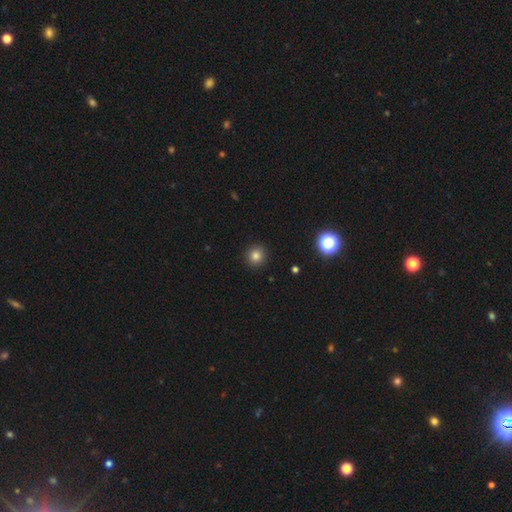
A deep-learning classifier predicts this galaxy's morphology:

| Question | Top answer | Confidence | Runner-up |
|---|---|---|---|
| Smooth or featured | smooth | 81% | star or artifact (13%) |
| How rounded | round | 92% | in between (7%) |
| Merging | none | 92% | minor disturbance (5%) |